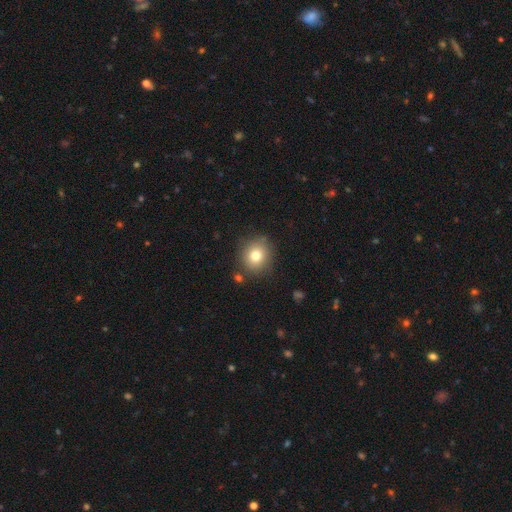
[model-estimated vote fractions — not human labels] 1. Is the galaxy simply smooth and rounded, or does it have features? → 78% smooth, 11% star or artifact, 11% featured or disk.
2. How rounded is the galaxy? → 82% round, 17% in between, 1% cigar-shaped.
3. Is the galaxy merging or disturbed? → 83% none, 10% minor disturbance, 3% merger, 3% major disturbance.